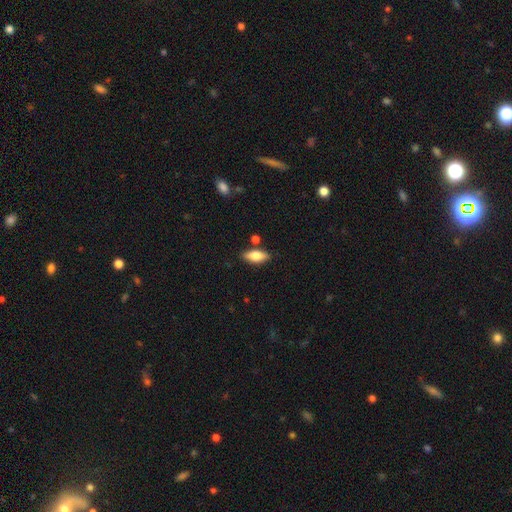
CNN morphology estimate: Smooth or featured? smooth (75%)
How rounded? in between (80%)
Merging? none (82%)